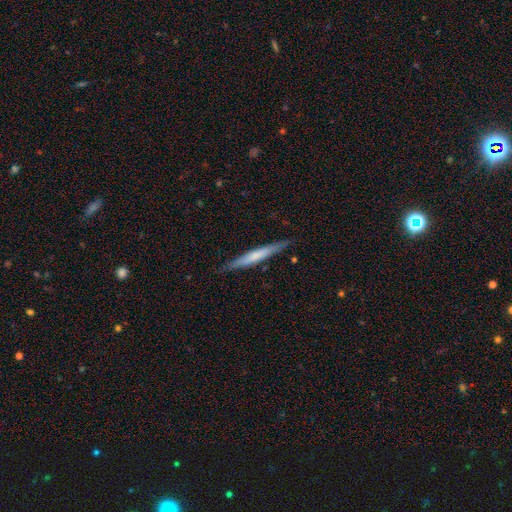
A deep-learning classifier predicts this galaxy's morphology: smooth-or-featured: smooth: 52% | featured or disk: 42% | star or artifact: 5%
  how-rounded: cigar-shaped: 96% | in between: 3% | round: 1%
  merging: none: 88% | minor disturbance: 10% | major disturbance: 2% | merger: 1%